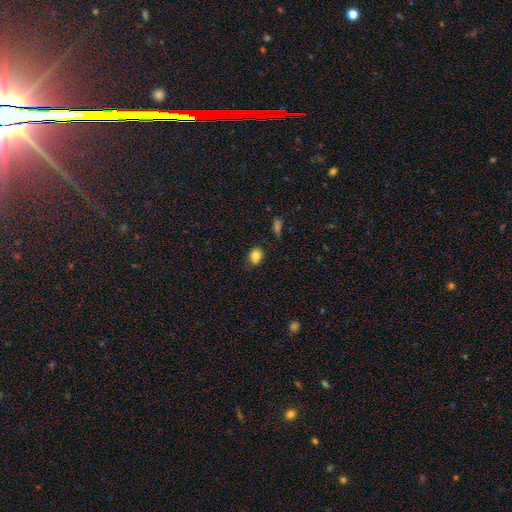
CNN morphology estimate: smooth_or_featured: smooth (p=0.81) [alt: star or artifact p=0.11]
how_rounded: round (p=0.66) [alt: in between p=0.33]
merging: none (p=0.75) [alt: minor disturbance p=0.18]